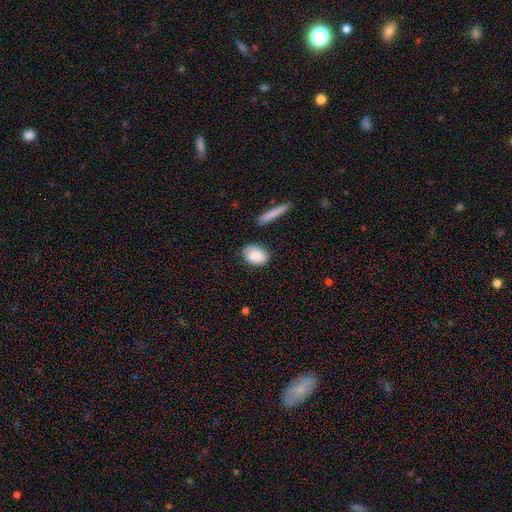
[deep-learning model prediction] A smooth galaxy with no disk features (85%) that is in between round and cigar-shaped (78%). Merging: none (75%).